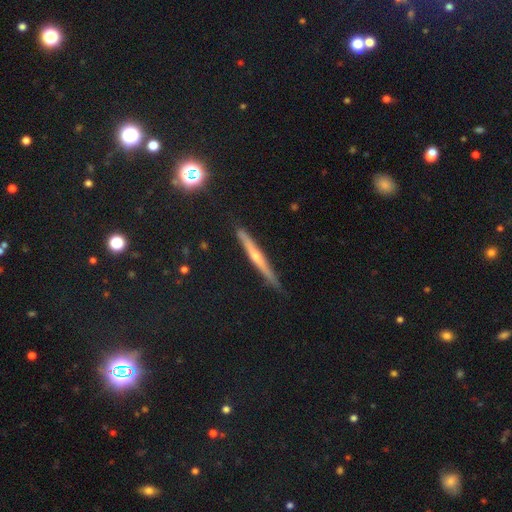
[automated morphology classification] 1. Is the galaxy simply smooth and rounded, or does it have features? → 68% featured or disk, 19% smooth, 12% star or artifact.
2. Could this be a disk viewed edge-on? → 97% yes, 3% no.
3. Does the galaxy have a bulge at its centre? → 75% rounded, 20% none, 5% boxy.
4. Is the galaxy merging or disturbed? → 90% none, 7% minor disturbance, 2% major disturbance, 1% merger.